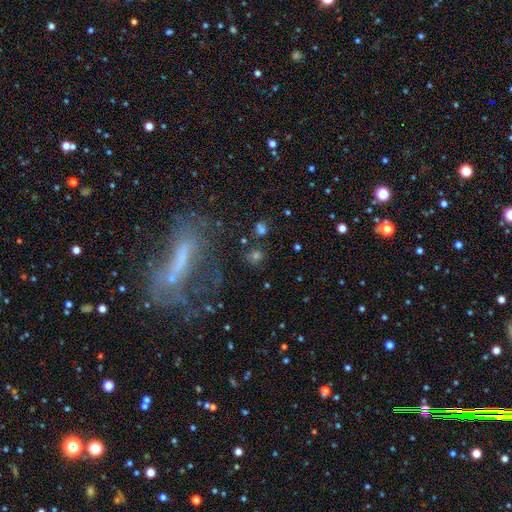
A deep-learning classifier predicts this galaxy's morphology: A smooth galaxy with no disk features (53%) that is round (63%). Merging: none (75%).